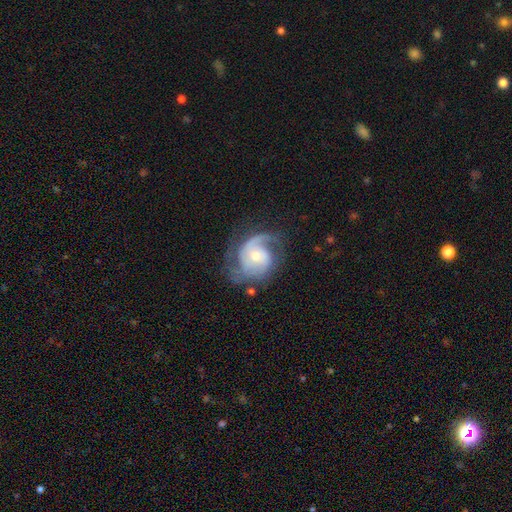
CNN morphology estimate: The model was most divided on "spiral winding": medium: 46%, tight: 33%, loose: 20%. More confident: edge-on disk — no (98%); spiral arms — yes (96%); smooth or featured — featured or disk (85%); bar — no (63%); merging — none (61%); bulge size — moderate (54%); spiral arm count — 2 (53%).